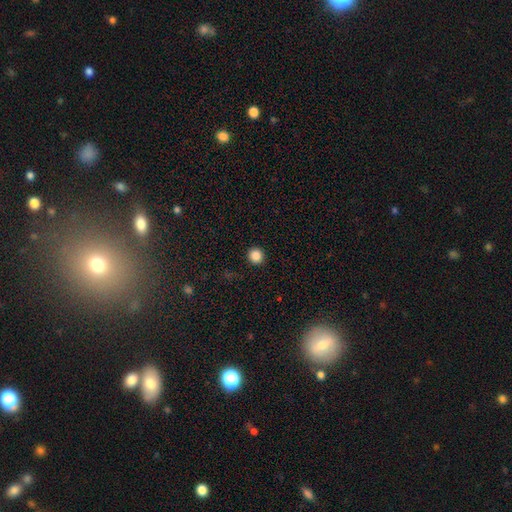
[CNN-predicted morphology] This is clearly a smooth galaxy (86%). How rounded: clearly round (92%). Merging: clearly none (93%).